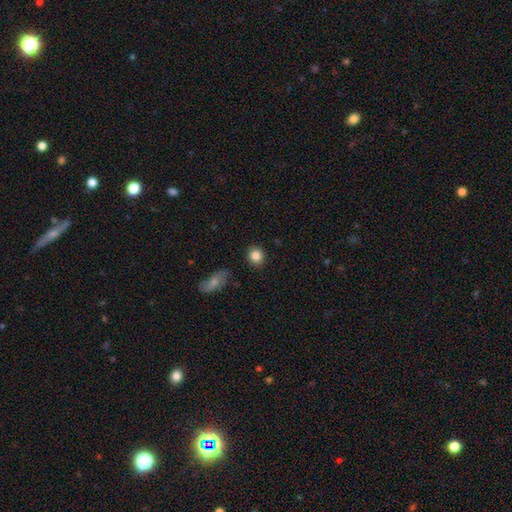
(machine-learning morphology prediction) This appears to be a smooth galaxy with no disk features (85%) that is round (85%). Merging: none (89%).